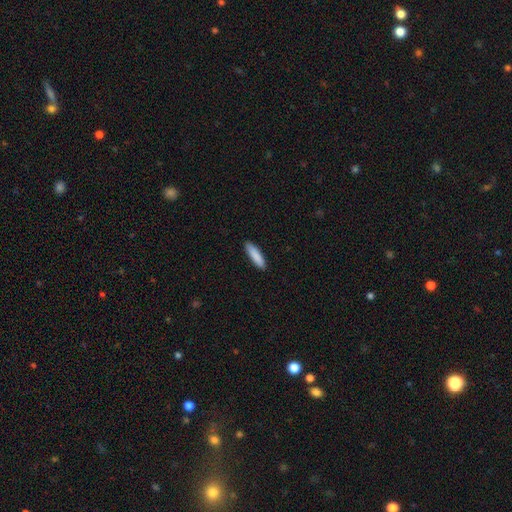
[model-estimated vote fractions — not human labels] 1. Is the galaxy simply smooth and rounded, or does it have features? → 89% smooth, 6% featured or disk, 5% star or artifact.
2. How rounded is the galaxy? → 73% cigar-shaped, 26% in between, 1% round.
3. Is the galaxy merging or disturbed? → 91% none, 7% minor disturbance, 1% major disturbance, 1% merger.